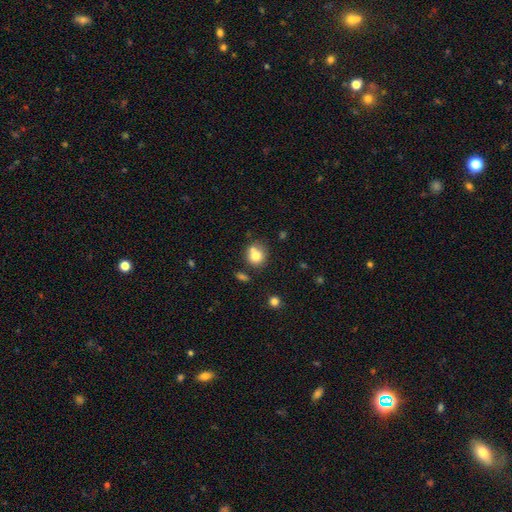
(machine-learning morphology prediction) Overall: smooth (75%). How rounded: round (83%). Merging: none (55%; merger 28%).